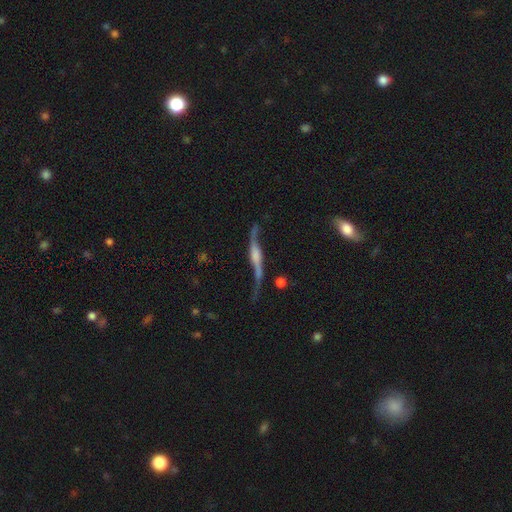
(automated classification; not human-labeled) Overall: featured or disk (81%). Edge-on disk: yes (57%; no 43%). Merging: none (57%; minor disturbance 21%).